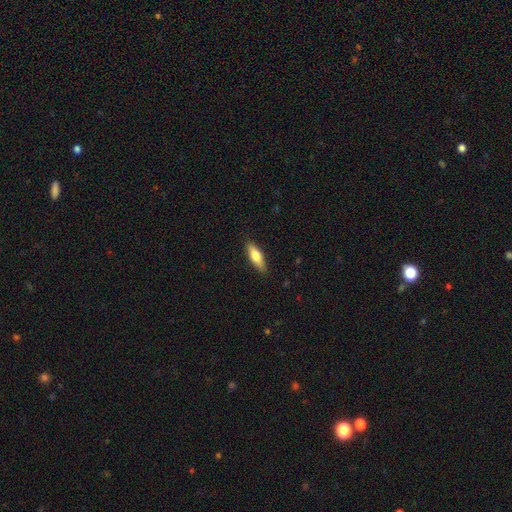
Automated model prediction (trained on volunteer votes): The model was most divided on "how rounded": in between: 53%, cigar-shaped: 45%, round: 2%. More confident: merging — none (86%); smooth or featured — smooth (72%).